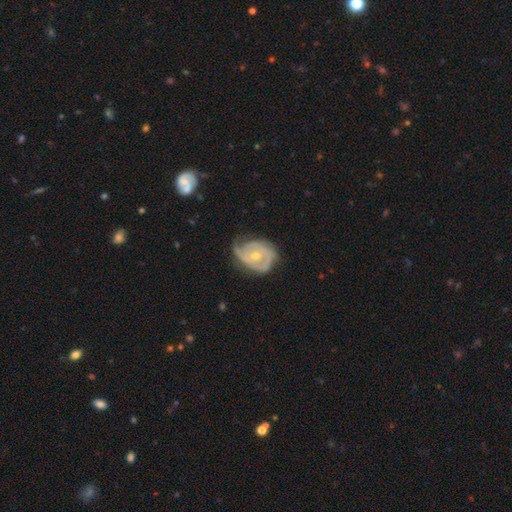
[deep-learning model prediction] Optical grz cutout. It shows a featured or disk galaxy (78%) with no bar (70%), 2 (42%) tight (54%) spiral arms (86%) and a moderate central bulge (50%). Merging: none (47%).